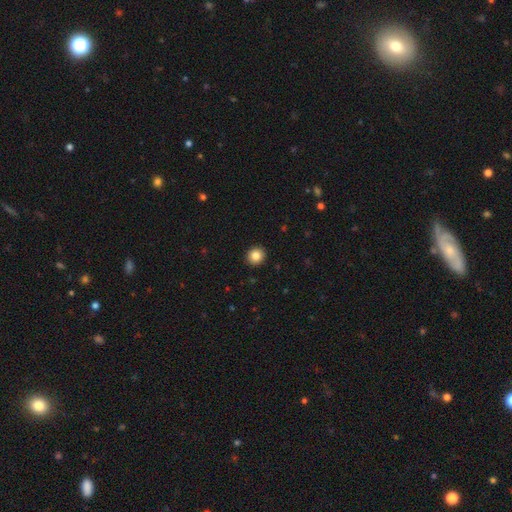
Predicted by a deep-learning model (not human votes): smooth-or-featured: smooth: 85% | star or artifact: 10% | featured or disk: 6%
  how-rounded: round: 89% | in between: 10% | cigar-shaped: 1%
  merging: none: 93% | minor disturbance: 5% | major disturbance: 1% | merger: 1%